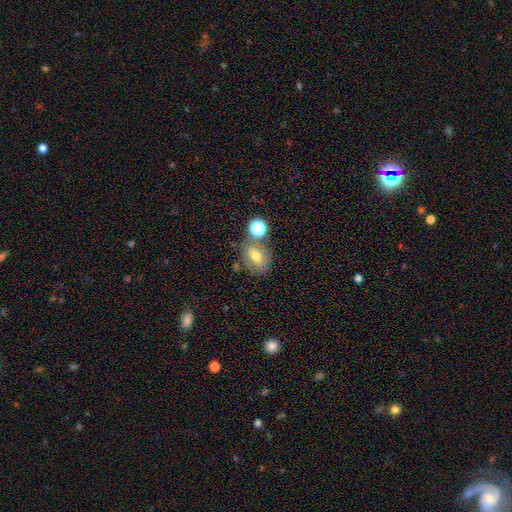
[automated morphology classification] A smooth galaxy with no disk features (66%) that is in between round and cigar-shaped (61%).

Vote fractions:
- Smooth or featured? smooth: 66% / featured or disk: 20% / star or artifact: 14%
- How rounded? in between: 61% / round: 38% / cigar-shaped: 2%
- Merging? none: 60% / merger: 19% / minor disturbance: 15% / major disturbance: 6%